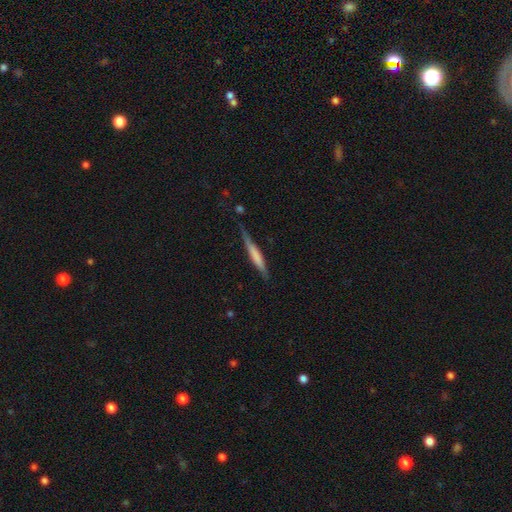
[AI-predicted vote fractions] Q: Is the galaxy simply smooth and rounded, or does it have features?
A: smooth — 56%.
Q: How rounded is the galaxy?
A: cigar-shaped — 93%.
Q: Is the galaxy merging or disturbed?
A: none — 70%.